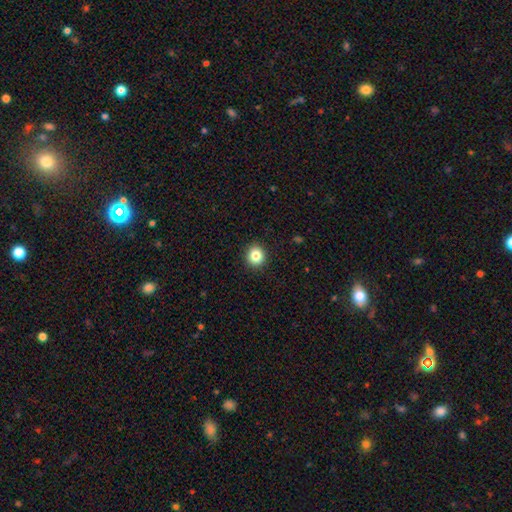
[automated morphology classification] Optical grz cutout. It shows a smooth galaxy with no disk features (84%) that is round (83%). Merging: none (92%).